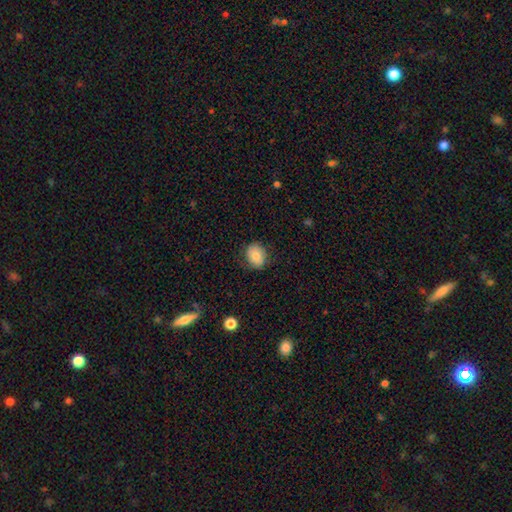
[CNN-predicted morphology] A smooth galaxy with no disk features (77%) that is round (54%).

Vote fractions:
- Smooth or featured? smooth: 77% / featured or disk: 14% / star or artifact: 9%
- How rounded? round: 54% / in between: 45% / cigar-shaped: 1%
- Merging? none: 78% / minor disturbance: 16% / major disturbance: 4% / merger: 1%